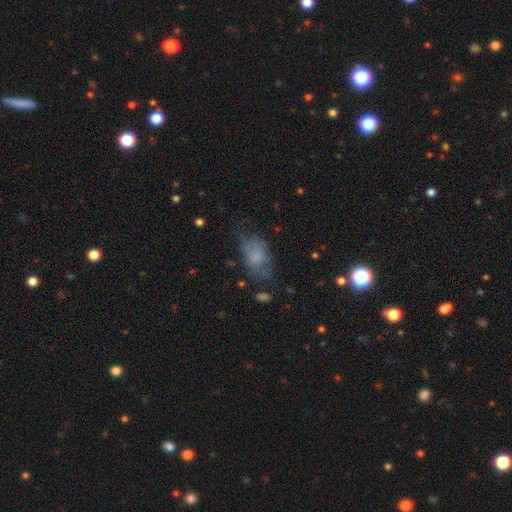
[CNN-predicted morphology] type=smooth (64%); roundness=in between (87%); merging=none (46%).